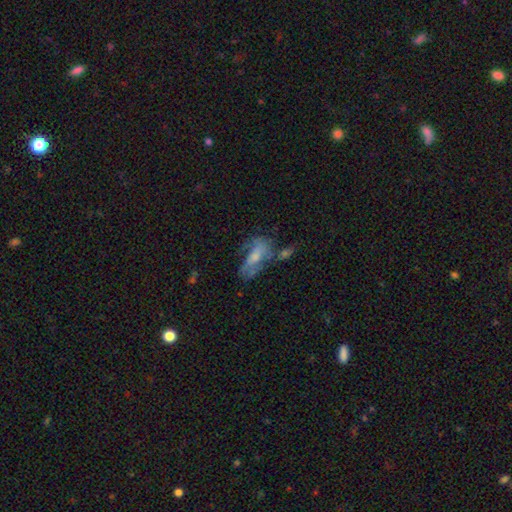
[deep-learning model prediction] Q: Smooth or featured?
A: featured or disk (50%); runner-up: smooth (41%)
Q: Merging?
A: none (34%); runner-up: major disturbance (27%)